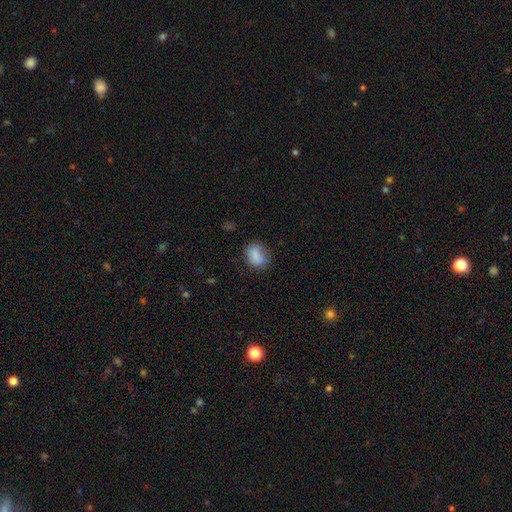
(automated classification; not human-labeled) Q: Smooth or featured?
A: smooth (84%); runner-up: star or artifact (9%)
Q: How rounded?
A: in between (58%); runner-up: round (41%)
Q: Merging?
A: none (68%); runner-up: minor disturbance (23%)